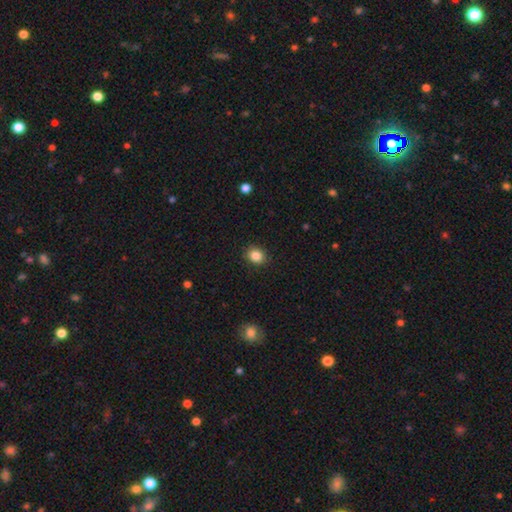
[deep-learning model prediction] smooth_or_featured: smooth (p=0.85) [alt: star or artifact p=0.10]
how_rounded: round (p=0.68) [alt: in between p=0.31]
merging: none (p=0.90) [alt: minor disturbance p=0.07]